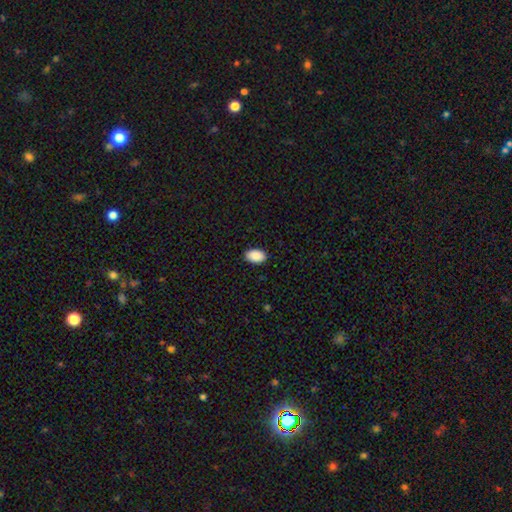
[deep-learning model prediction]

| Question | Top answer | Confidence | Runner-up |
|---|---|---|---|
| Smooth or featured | smooth | 91% | star or artifact (7%) |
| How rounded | in between | 92% | round (7%) |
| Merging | none | 90% | minor disturbance (8%) |